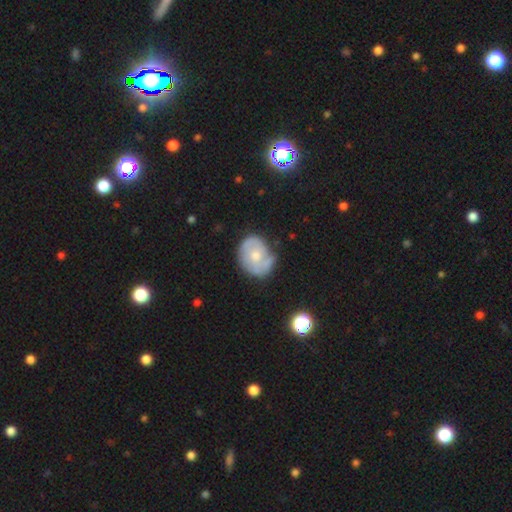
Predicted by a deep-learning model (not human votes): This is possibly a featured or disk galaxy (58%). It is clearly not viewed edge-on (97%). Bar: likely no (78%). Spiral arm pattern: likely yes (66%). Central bulge: possibly moderate (57%). Merging: possibly none (58%).